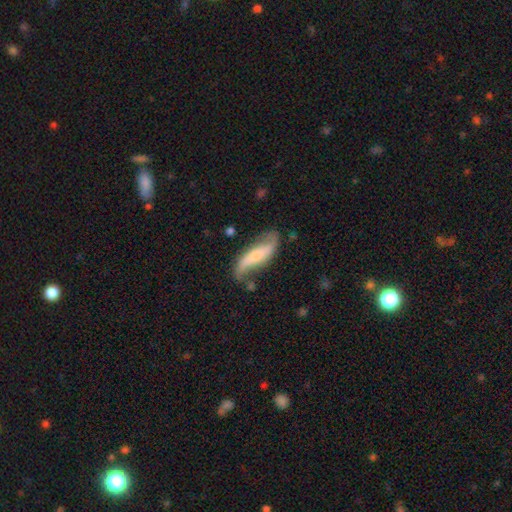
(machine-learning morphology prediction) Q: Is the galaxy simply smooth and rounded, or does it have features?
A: featured or disk — 65%.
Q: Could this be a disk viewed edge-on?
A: no — 80%.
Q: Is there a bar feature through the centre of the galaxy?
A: no — 40%.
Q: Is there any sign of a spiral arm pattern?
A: yes — 91%.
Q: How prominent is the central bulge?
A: small — 33%.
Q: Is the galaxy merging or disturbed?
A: none — 64%.